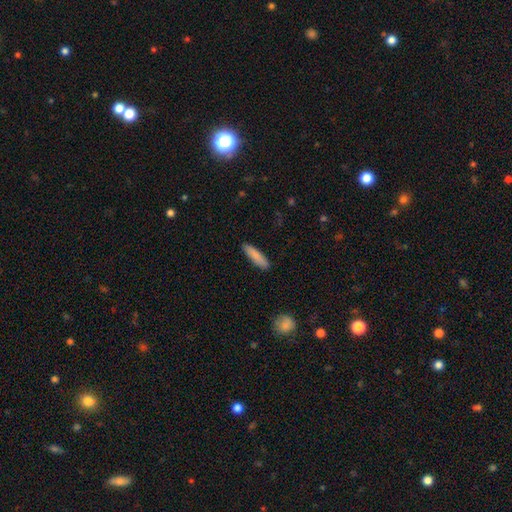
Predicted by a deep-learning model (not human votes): This is clearly a smooth galaxy (86%). How rounded: likely cigar-shaped (76%). Merging: clearly none (90%).